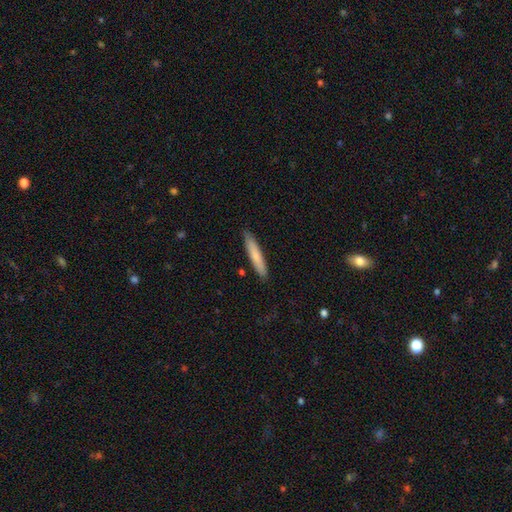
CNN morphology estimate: Smooth or featured?
  - smooth: 73% *
  - featured or disk: 21%
  - star or artifact: 6%
How rounded?
  - cigar-shaped: 91% *
  - in between: 8%
  - round: 1%
Merging?
  - none: 88% *
  - minor disturbance: 9%
  - major disturbance: 2%
  - merger: 1%